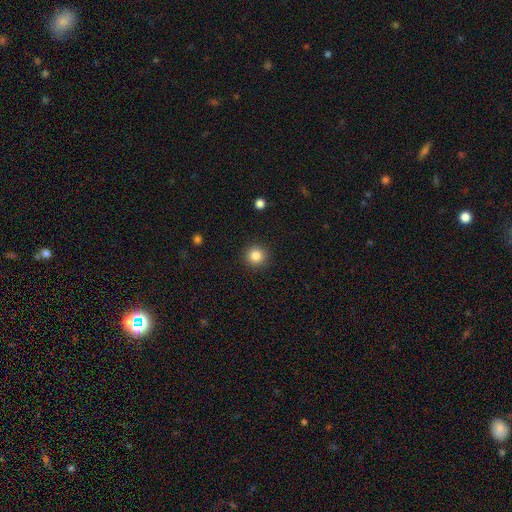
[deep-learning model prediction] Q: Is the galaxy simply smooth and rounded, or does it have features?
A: smooth — 84%.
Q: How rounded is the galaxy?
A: round — 95%.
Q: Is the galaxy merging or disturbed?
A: none — 92%.